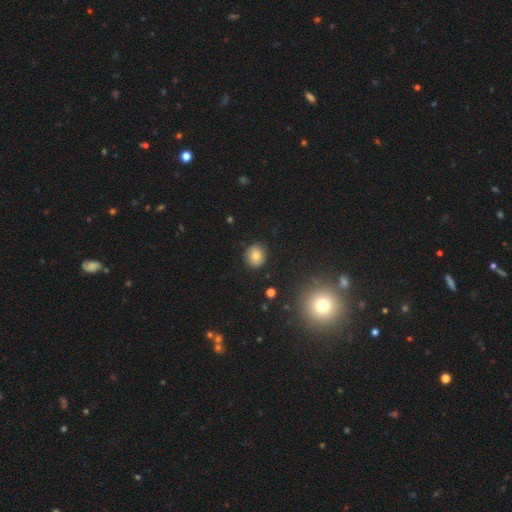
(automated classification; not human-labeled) smooth 76%, star or artifact 12%, featured or disk 12%. Down the decision tree: how rounded — round (79%); merging — none (87%).